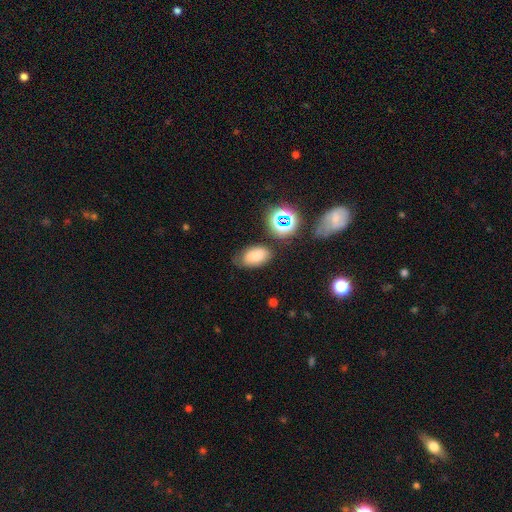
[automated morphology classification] A smooth galaxy with no disk features (71%) that is in between round and cigar-shaped (90%). Merging: none (68%).